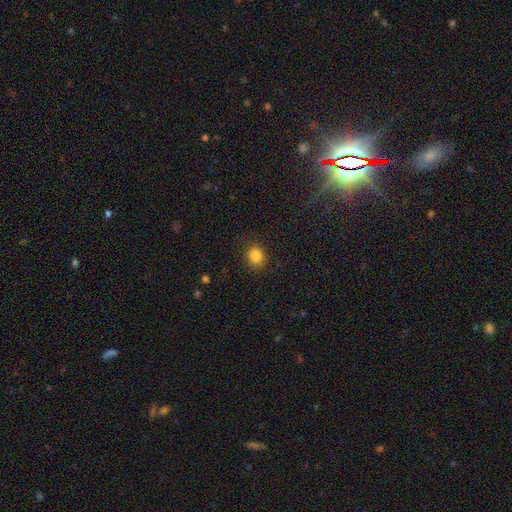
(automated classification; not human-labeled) This is clearly a smooth galaxy (85%). How rounded: likely round (67%). Merging: clearly none (86%).